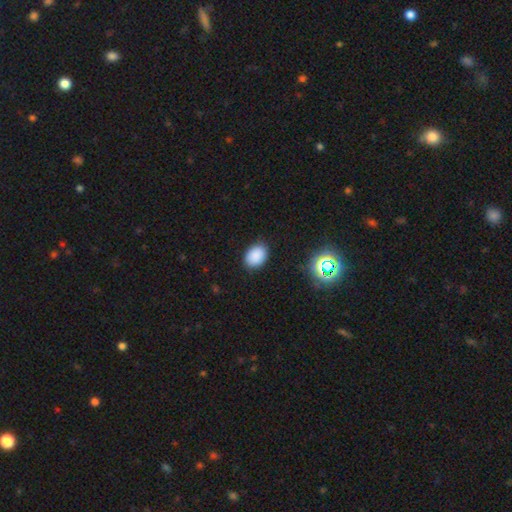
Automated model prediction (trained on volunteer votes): This appears to be a smooth galaxy with no disk features (85%) that is in between round and cigar-shaped (71%). Merging: none (85%).